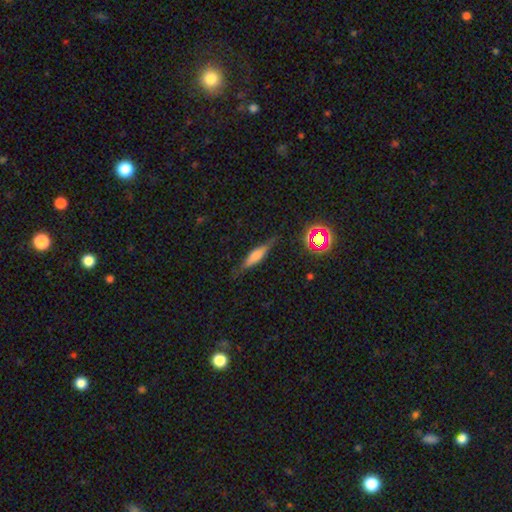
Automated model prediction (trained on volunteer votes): Q: Smooth or featured?
A: smooth (53%); runner-up: featured or disk (37%)
Q: How rounded?
A: cigar-shaped (70%); runner-up: in between (26%)
Q: Merging?
A: none (78%); runner-up: minor disturbance (15%)